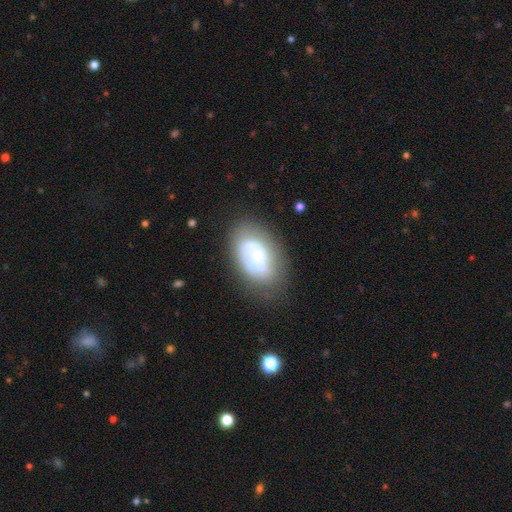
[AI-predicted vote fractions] Q: Smooth or featured?
A: featured or disk (50%); runner-up: smooth (41%)
Q: Merging?
A: none (64%); runner-up: minor disturbance (22%)